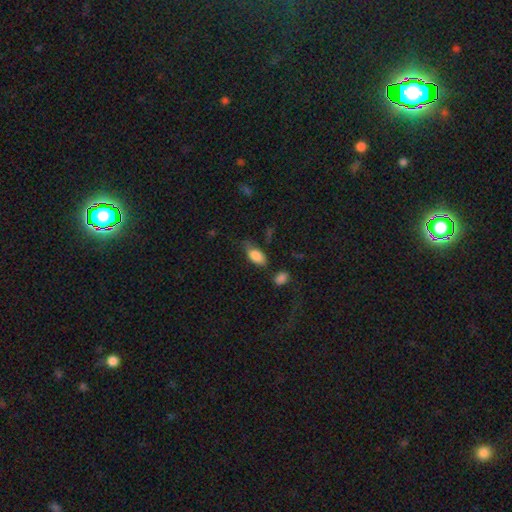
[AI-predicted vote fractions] smooth-or-featured: smooth: 83% | featured or disk: 9% | star or artifact: 8%
  how-rounded: in between: 89% | cigar-shaped: 7% | round: 4%
  merging: none: 53% | minor disturbance: 31% | major disturbance: 11% | merger: 6%